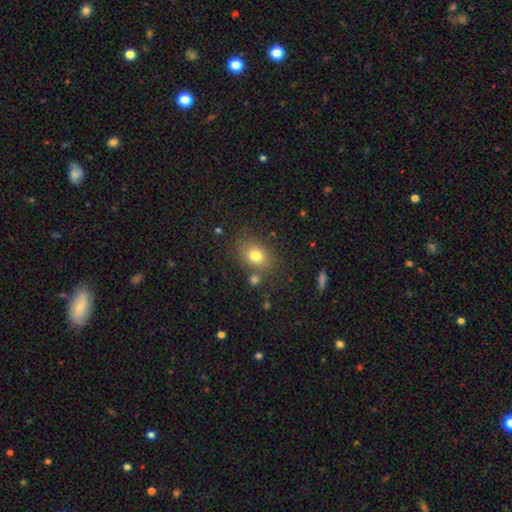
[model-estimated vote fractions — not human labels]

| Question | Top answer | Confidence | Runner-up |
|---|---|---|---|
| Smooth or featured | smooth | 77% | star or artifact (13%) |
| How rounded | in between | 61% | round (38%) |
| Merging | none | 77% | minor disturbance (12%) |